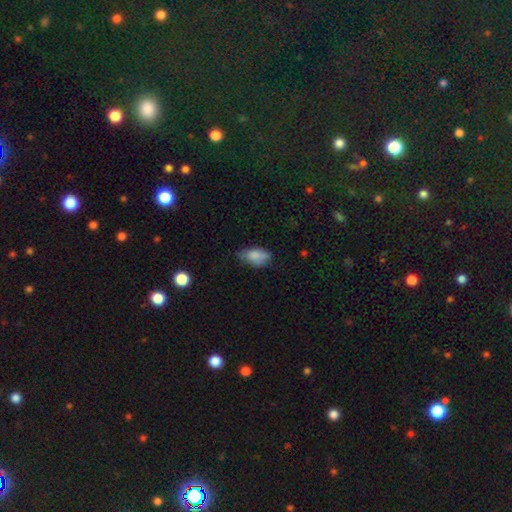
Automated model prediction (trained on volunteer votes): smooth-or-featured: smooth: 81% | featured or disk: 11% | star or artifact: 8%
  how-rounded: in between: 90% | cigar-shaped: 6% | round: 5%
  merging: none: 55% | minor disturbance: 34% | major disturbance: 8% | merger: 2%